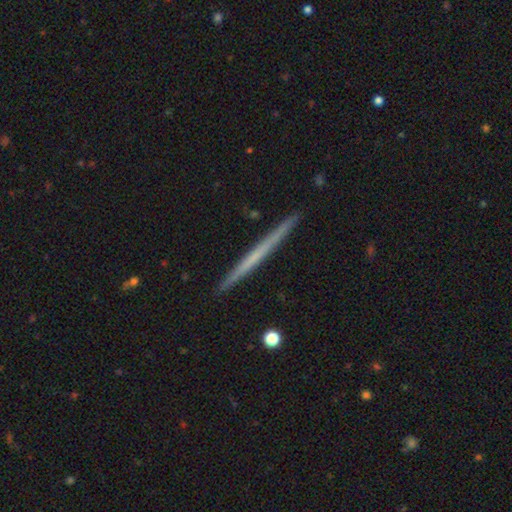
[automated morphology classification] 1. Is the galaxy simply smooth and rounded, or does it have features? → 54% featured or disk, 40% smooth, 6% star or artifact.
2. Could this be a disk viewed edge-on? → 98% yes, 2% no.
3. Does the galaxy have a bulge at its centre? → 91% none, 6% rounded, 3% boxy.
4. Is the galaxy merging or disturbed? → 92% none, 5% minor disturbance, 1% major disturbance, 1% merger.